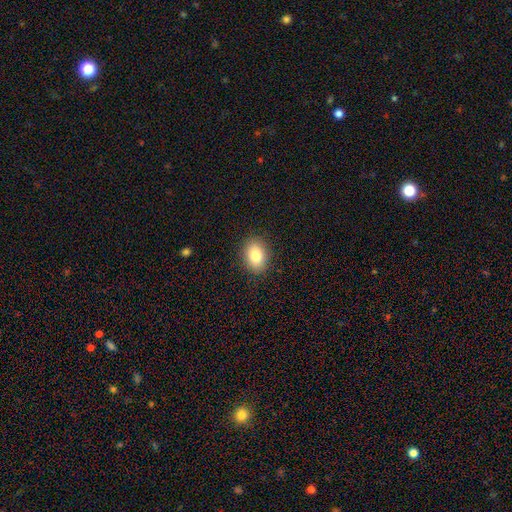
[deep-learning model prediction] The model was most divided on "how rounded": in between: 72%, round: 27%, cigar-shaped: 1%. More confident: merging — none (89%); smooth or featured — smooth (83%).